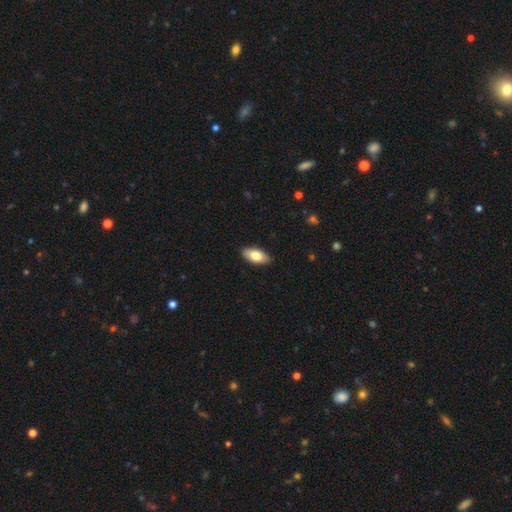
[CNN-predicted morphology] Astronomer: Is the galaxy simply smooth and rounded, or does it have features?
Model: smooth — 77%.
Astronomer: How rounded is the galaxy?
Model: in between — 90%.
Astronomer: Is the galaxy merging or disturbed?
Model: none — 89%.